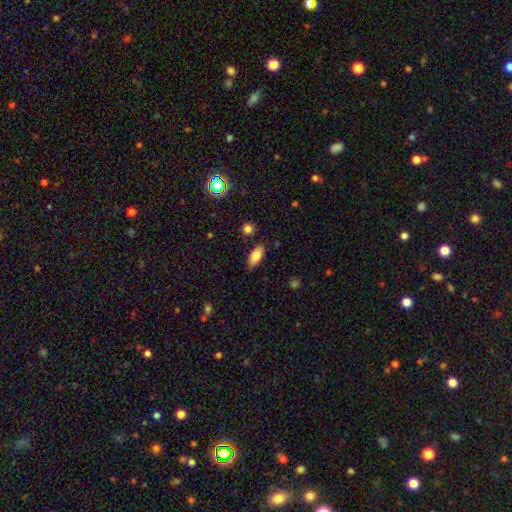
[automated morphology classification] A smooth galaxy with no disk features (83%) that is in between round and cigar-shaped (87%). Merging: none (83%).